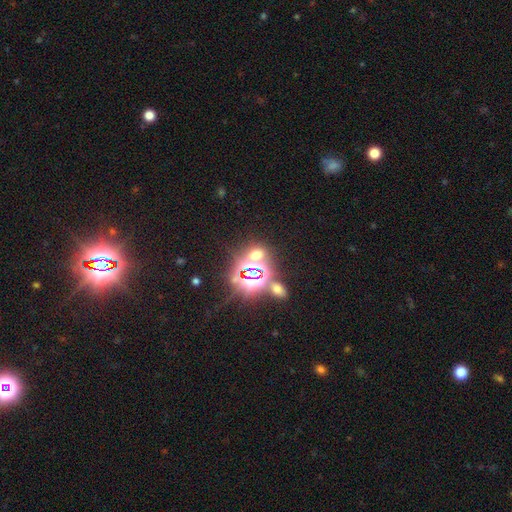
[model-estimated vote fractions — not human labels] The model was most divided on "smooth or featured": star or artifact: 60%, smooth: 31%, featured or disk: 9%.